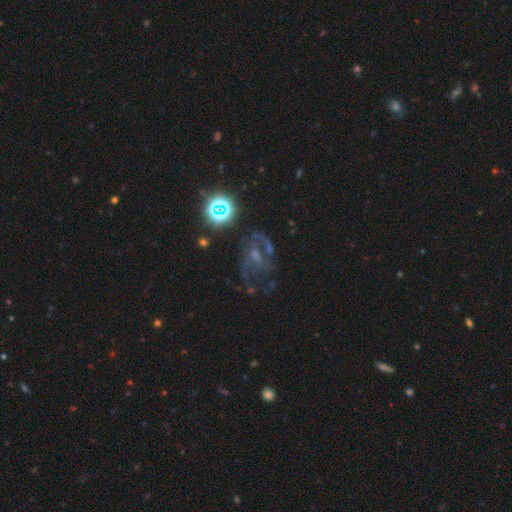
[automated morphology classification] smooth-or-featured: featured or disk: 58% | star or artifact: 28% | smooth: 14%
  disk-edge-on: no: 96% | yes: 4%
    bar: no: 45% | weak: 40% | strong: 15%
    has-spiral-arms: yes: 70% | no: 30%
    bulge-size: small: 44% | moderate: 29% | none: 21% | large: 3% | dominant: 2%
  merging: none: 50% | major disturbance: 25% | minor disturbance: 18% | merger: 7%